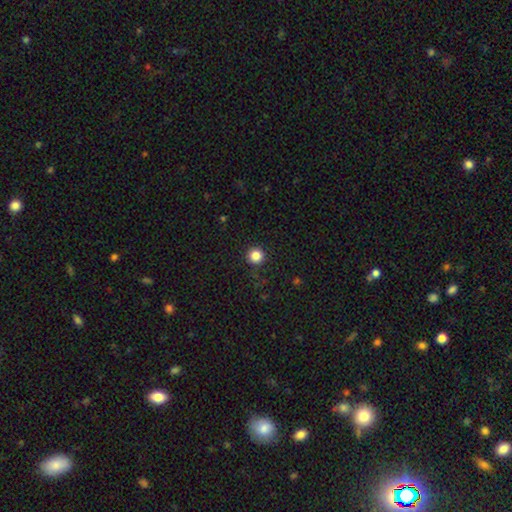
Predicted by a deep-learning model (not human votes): A smooth galaxy with no disk features (85%) that is round (95%). Merging: none (91%).